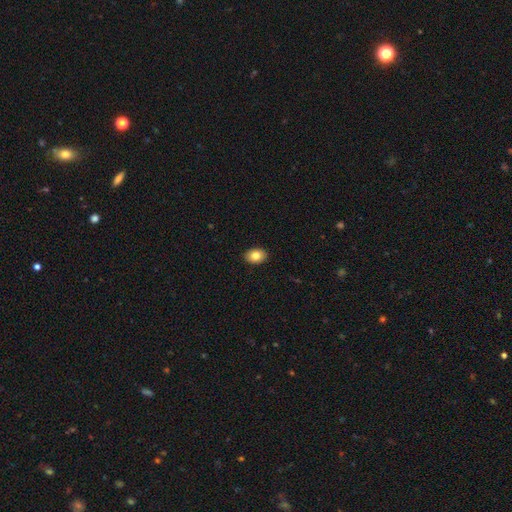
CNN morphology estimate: smooth 83%, featured or disk 9%, star or artifact 8%. Down the decision tree: how rounded — in between (79%); merging — none (91%).